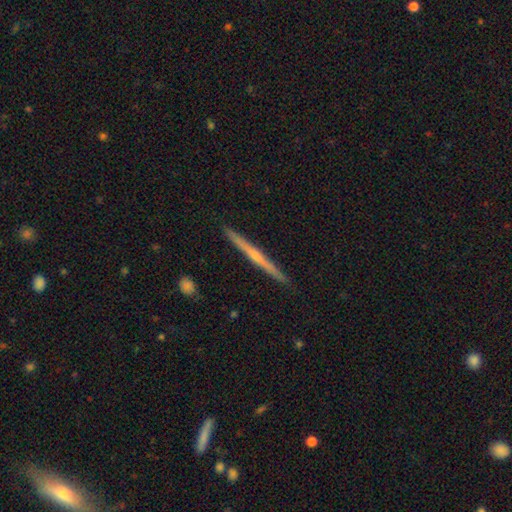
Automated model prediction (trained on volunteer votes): Smooth or featured?
  - featured or disk: 69% *
  - smooth: 25%
  - star or artifact: 6%
Edge-on disk?
  - yes: 98% *
  - no: 2%
Edge-on bulge?
  - rounded: 55% *
  - none: 40%
  - boxy: 5%
Merging?
  - none: 92% *
  - minor disturbance: 6%
  - major disturbance: 1%
  - merger: 1%